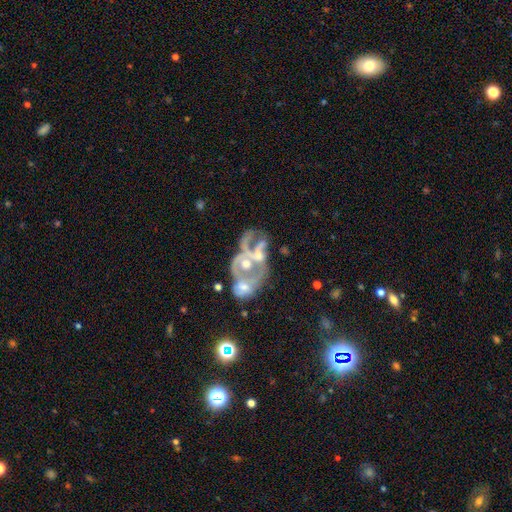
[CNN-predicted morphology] Smooth or featured? Predicted: featured or disk (p=0.70). Edge-on disk? Predicted: no (p=0.97). Bar? Predicted: no (p=0.81). Spiral arms? Predicted: no (p=0.62). Bulge size? Predicted: moderate (p=0.50). Merging? Predicted: merger (p=0.60).